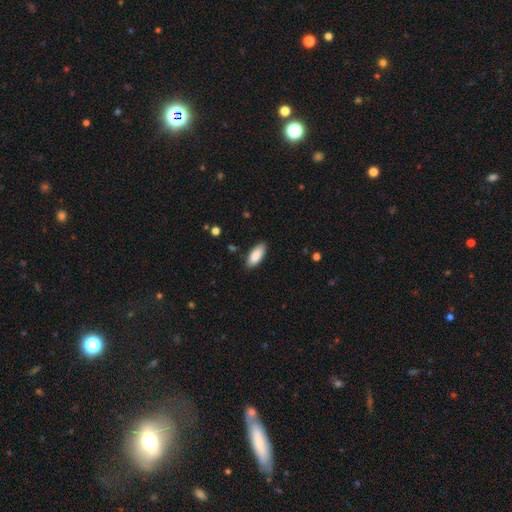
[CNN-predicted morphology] type=smooth (88%); roundness=in between (85%); merging=none (85%).